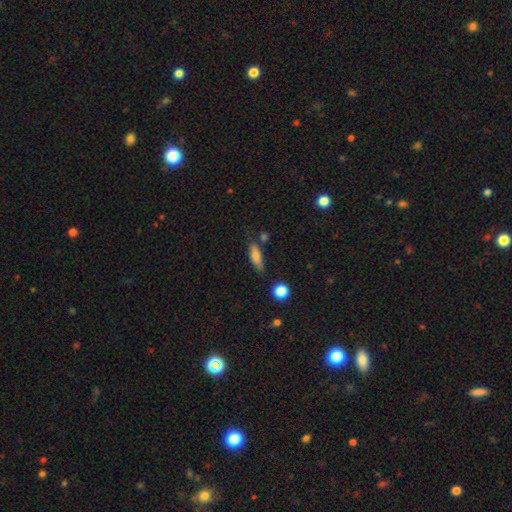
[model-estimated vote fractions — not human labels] A smooth galaxy with no disk features (74%) that is cigar-shaped (52%).

Vote fractions:
- Smooth or featured? smooth: 74% / featured or disk: 17% / star or artifact: 9%
- How rounded? cigar-shaped: 52% / in between: 45% / round: 3%
- Merging? none: 68% / minor disturbance: 20% / merger: 6% / major disturbance: 5%